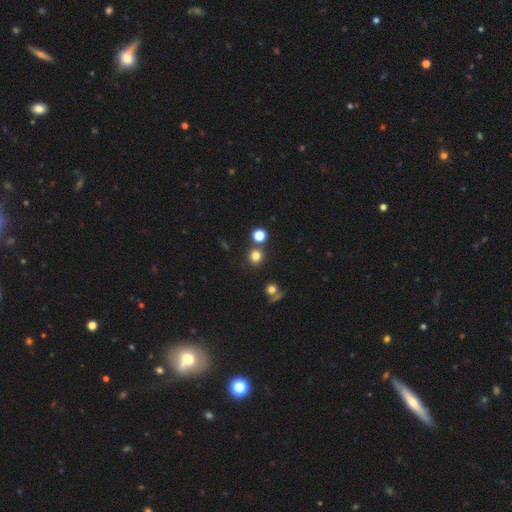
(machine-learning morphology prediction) Smooth or featured: smooth — 76% (star or artifact — 17%)
How rounded: round — 90% (in between — 9%)
Merging: none — 77% (merger — 13%)